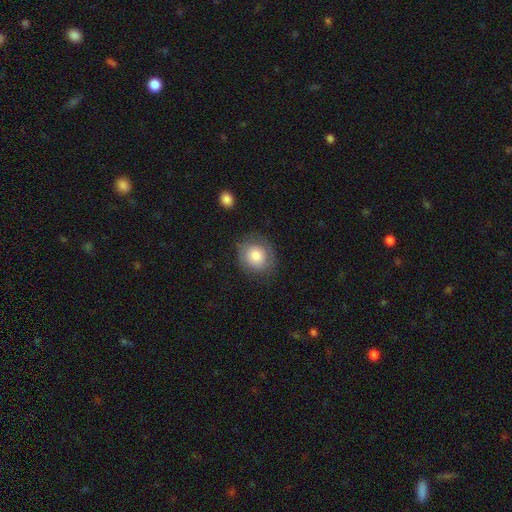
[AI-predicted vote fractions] smooth_or_featured: smooth (p=0.75) [alt: featured or disk p=0.17]
how_rounded: round (p=0.78) [alt: in between p=0.21]
merging: none (p=0.76) [alt: minor disturbance p=0.16]